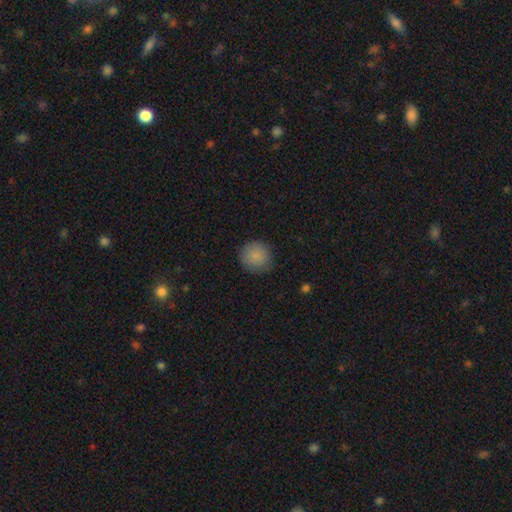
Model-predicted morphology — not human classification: Smooth or featured? Predicted: smooth (p=0.87). How rounded? Predicted: round (p=0.92). Merging? Predicted: none (p=0.84).